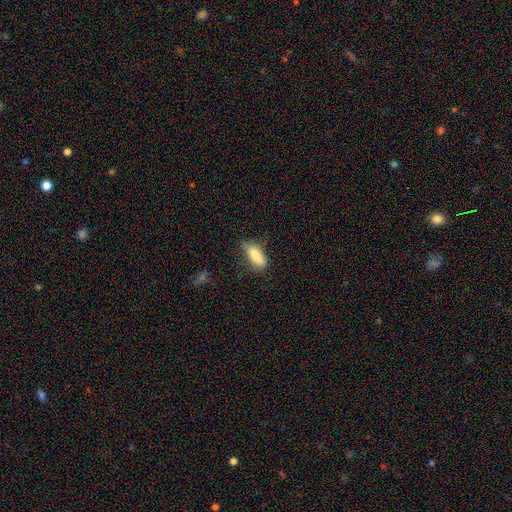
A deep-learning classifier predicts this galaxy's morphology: Smooth or featured? Predicted: smooth (p=0.82). How rounded? Predicted: in between (p=0.68). Merging? Predicted: none (p=0.65).